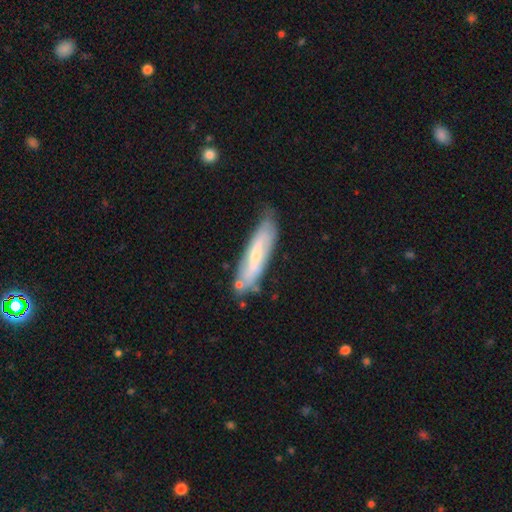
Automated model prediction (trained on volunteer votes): A featured or disk galaxy (52%).

Vote fractions:
- Smooth or featured? featured or disk: 52% / smooth: 42% / star or artifact: 6%
- Edge-on disk? no: 57% / yes: 43%
- Merging? none: 70% / minor disturbance: 21% / merger: 5% / major disturbance: 4%